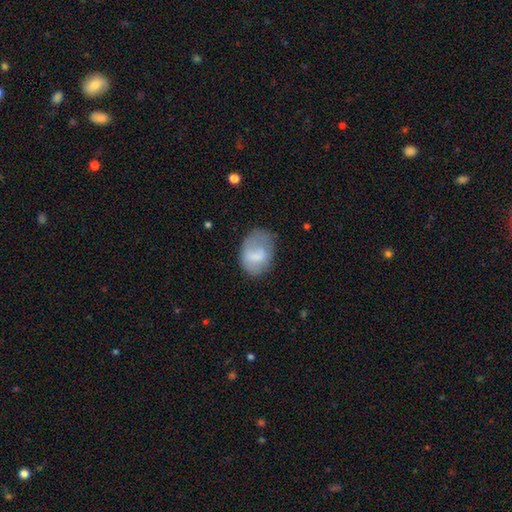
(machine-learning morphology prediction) type=smooth (67%); roundness=in between (72%); merging=none (43%).